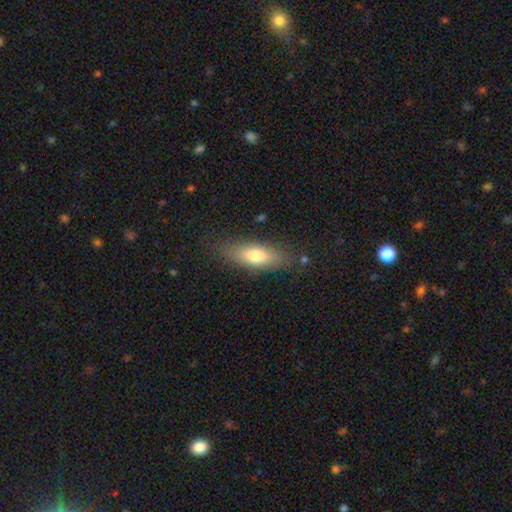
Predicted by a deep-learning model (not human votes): smooth_or_featured: smooth (p=0.72) [alt: featured or disk p=0.21]
how_rounded: in between (p=0.63) [alt: cigar-shaped p=0.34]
merging: none (p=0.80) [alt: minor disturbance p=0.14]